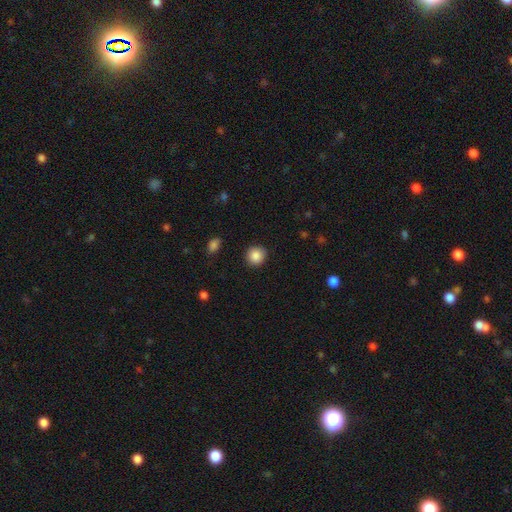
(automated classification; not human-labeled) Smooth or featured?
  - smooth: 87% *
  - star or artifact: 9%
  - featured or disk: 4%
How rounded?
  - round: 90% *
  - in between: 9%
  - cigar-shaped: 1%
Merging?
  - none: 89% *
  - minor disturbance: 7%
  - major disturbance: 2%
  - merger: 1%